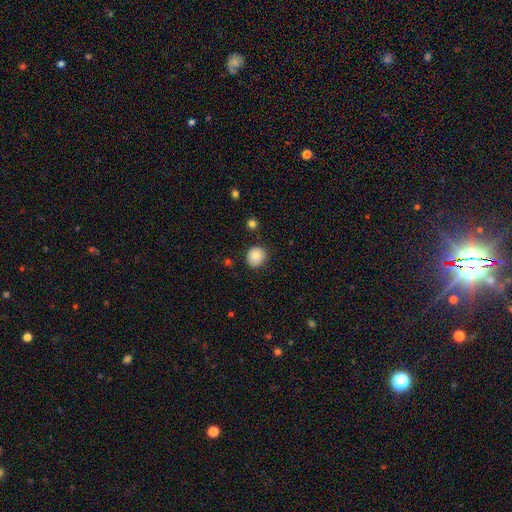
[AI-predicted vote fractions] A smooth galaxy with no disk features (83%) that is round (86%).

Vote fractions:
- Smooth or featured? smooth: 83% / star or artifact: 9% / featured or disk: 8%
- How rounded? round: 86% / in between: 14% / cigar-shaped: 1%
- Merging? none: 84% / minor disturbance: 12% / major disturbance: 2% / merger: 2%